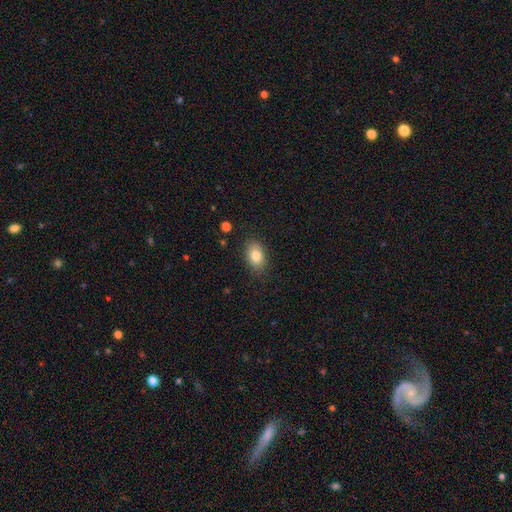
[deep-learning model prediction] This is clearly a smooth galaxy (82%). How rounded: clearly in between (86%). Merging: clearly none (84%).